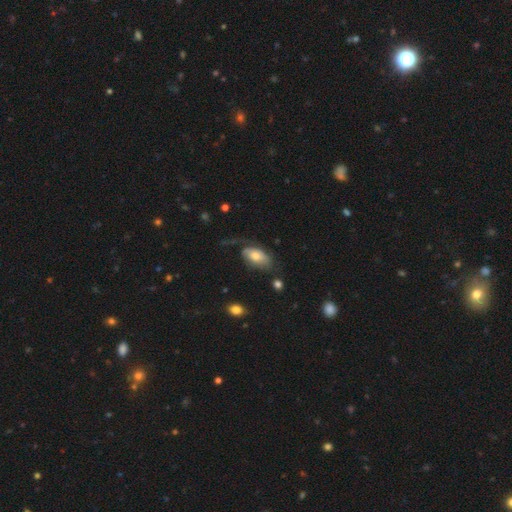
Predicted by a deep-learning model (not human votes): A smooth galaxy with no disk features (59%) that is in between round and cigar-shaped (92%). Merging: none (40%).